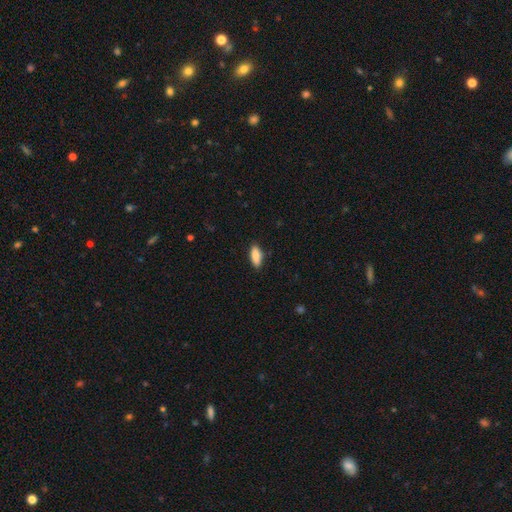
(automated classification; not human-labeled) The model was most divided on "how rounded": in between: 74%, cigar-shaped: 24%, round: 2%. More confident: smooth or featured — smooth (87%); merging — none (83%).